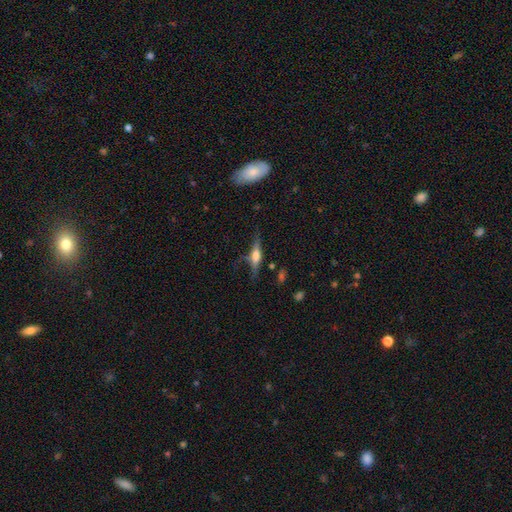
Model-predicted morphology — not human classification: A featured or disk galaxy (58%) viewed edge-on (94%) with a rounded central bulge (81%).

Vote fractions:
- Smooth or featured? featured or disk: 58% / smooth: 33% / star or artifact: 9%
- Edge-on disk? yes: 94% / no: 6%
- Edge-on bulge? rounded: 81% / boxy: 14% / none: 5%
- Merging? none: 68% / minor disturbance: 20% / major disturbance: 8% / merger: 4%